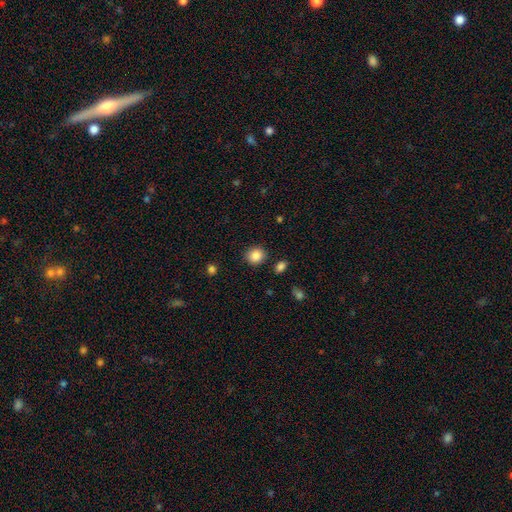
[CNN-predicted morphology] smooth-or-featured: smooth: 86% | star or artifact: 9% | featured or disk: 5%
  how-rounded: round: 82% | in between: 17% | cigar-shaped: 1%
  merging: none: 88% | minor disturbance: 7% | merger: 3% | major disturbance: 2%